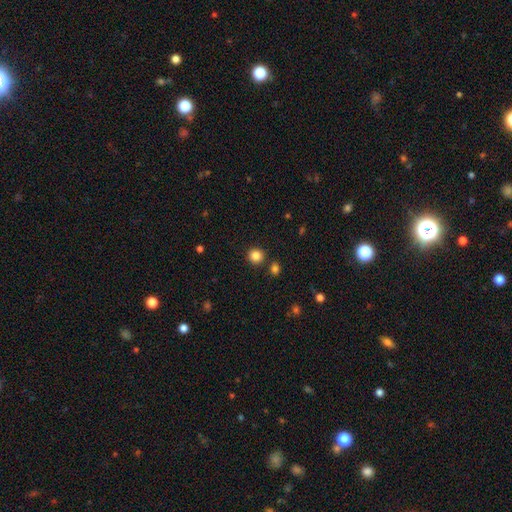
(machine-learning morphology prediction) smooth_or_featured: smooth (p=0.84) [alt: star or artifact p=0.12]
how_rounded: round (p=0.91) [alt: in between p=0.08]
merging: none (p=0.87) [alt: minor disturbance p=0.06]